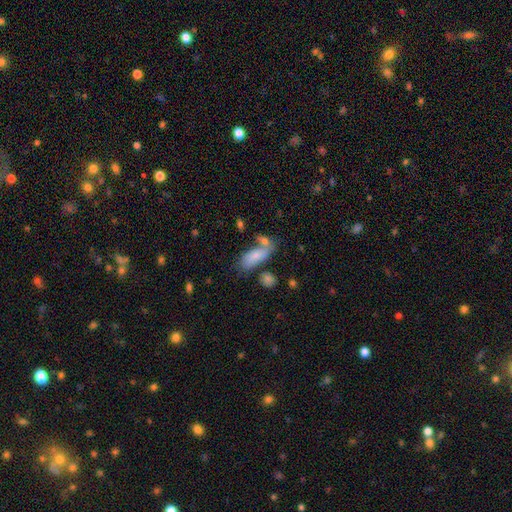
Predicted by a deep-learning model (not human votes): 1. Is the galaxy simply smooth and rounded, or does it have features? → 74% smooth, 19% featured or disk, 7% star or artifact.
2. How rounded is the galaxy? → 78% in between, 18% cigar-shaped, 3% round.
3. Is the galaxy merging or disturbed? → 47% none, 27% merger, 18% minor disturbance, 8% major disturbance.